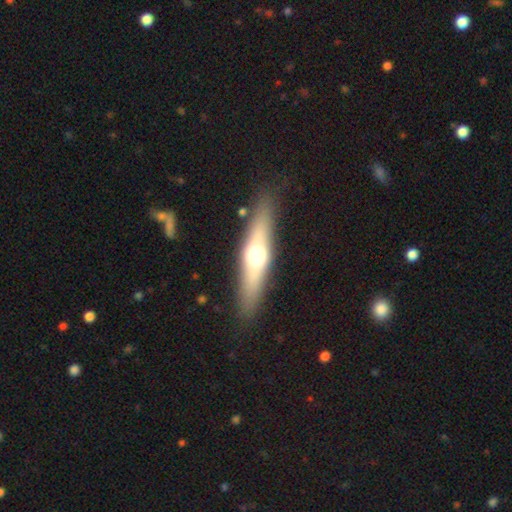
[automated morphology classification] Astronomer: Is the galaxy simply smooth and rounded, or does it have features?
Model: featured or disk — 50% (runner-up: smooth, 44%).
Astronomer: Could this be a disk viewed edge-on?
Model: yes — 84%.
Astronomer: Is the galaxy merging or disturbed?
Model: none — 86%.